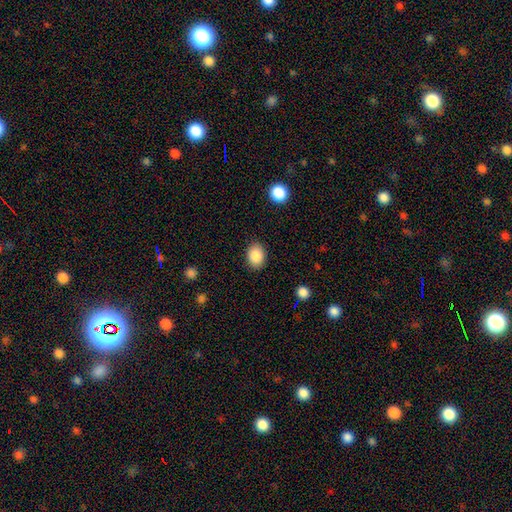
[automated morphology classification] smooth_or_featured: smooth (p=0.88) [alt: star or artifact p=0.08]
how_rounded: in between (p=0.68) [alt: round p=0.31]
merging: none (p=0.88) [alt: minor disturbance p=0.09]